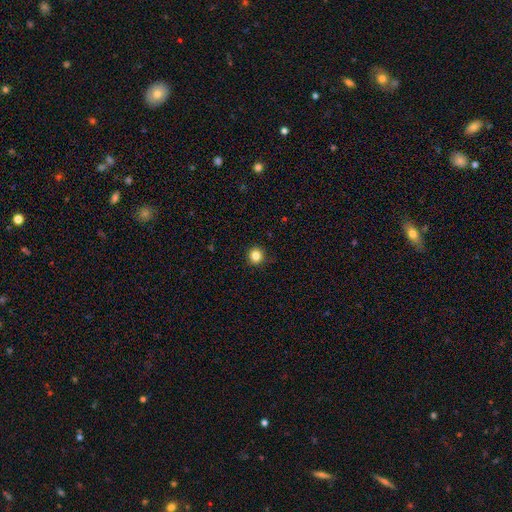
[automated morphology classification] smooth_or_featured: smooth (p=0.84) [alt: star or artifact p=0.12]
how_rounded: round (p=0.93) [alt: in between p=0.06]
merging: none (p=0.91) [alt: minor disturbance p=0.06]